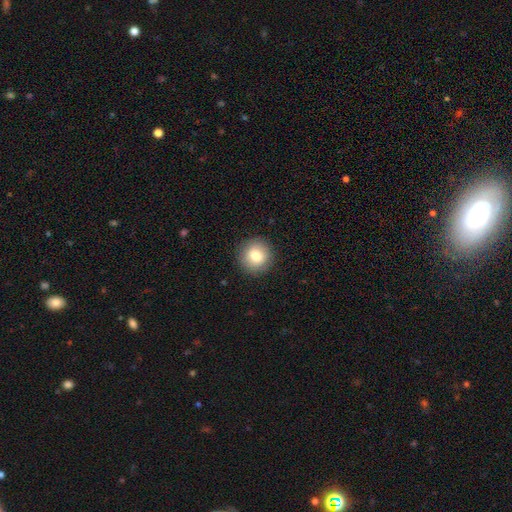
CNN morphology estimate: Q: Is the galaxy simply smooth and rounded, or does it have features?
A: smooth — 81%.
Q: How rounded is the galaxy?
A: round — 92%.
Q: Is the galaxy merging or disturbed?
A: none — 90%.